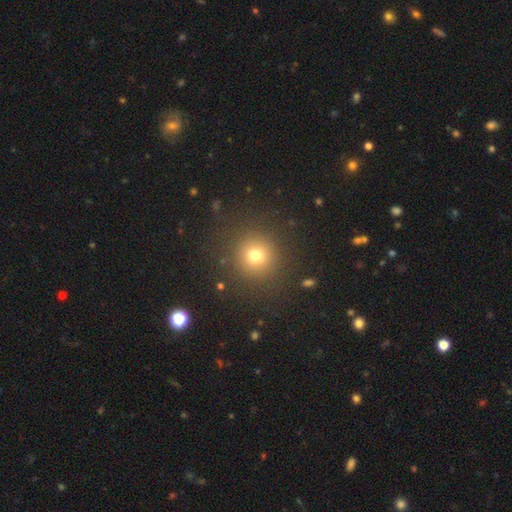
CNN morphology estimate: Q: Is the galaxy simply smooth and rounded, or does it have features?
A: smooth — 74%.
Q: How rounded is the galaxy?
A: round — 93%.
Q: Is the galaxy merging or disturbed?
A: none — 88%.